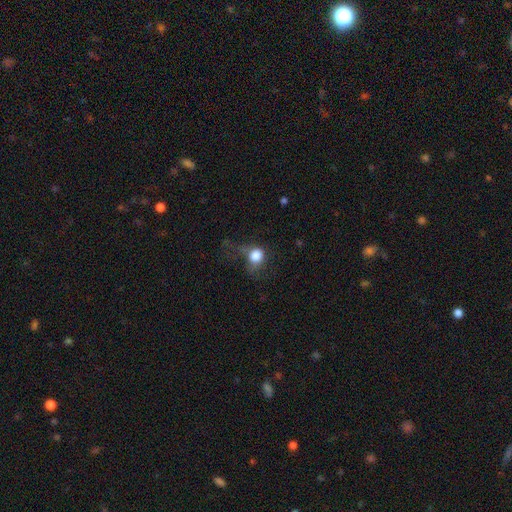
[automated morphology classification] Smooth or featured: smooth — 77% (featured or disk — 12%)
How rounded: round — 64% (in between — 35%)
Merging: major disturbance — 39% (none — 31%)